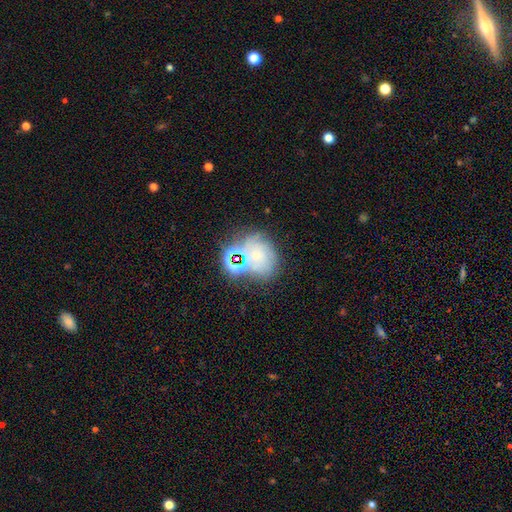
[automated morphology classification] Smooth or featured?
  - smooth: 37% *
  - star or artifact: 32%
  - featured or disk: 31%
Merging?
  - none: 53% *
  - minor disturbance: 18%
  - merger: 18%
  - major disturbance: 11%